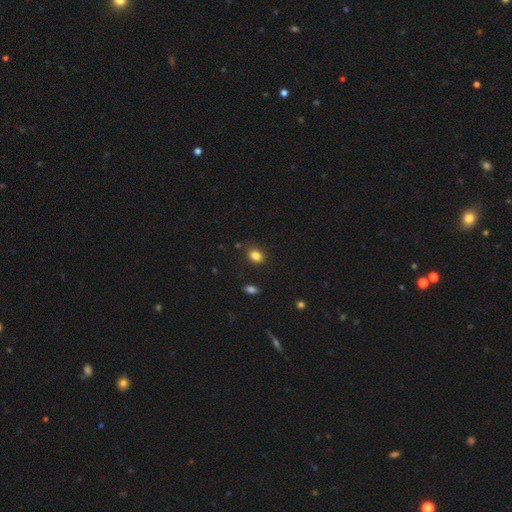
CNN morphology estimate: Q: Smooth or featured?
A: smooth (84%); runner-up: star or artifact (11%)
Q: How rounded?
A: in between (63%); runner-up: round (35%)
Q: Merging?
A: none (82%); runner-up: minor disturbance (13%)